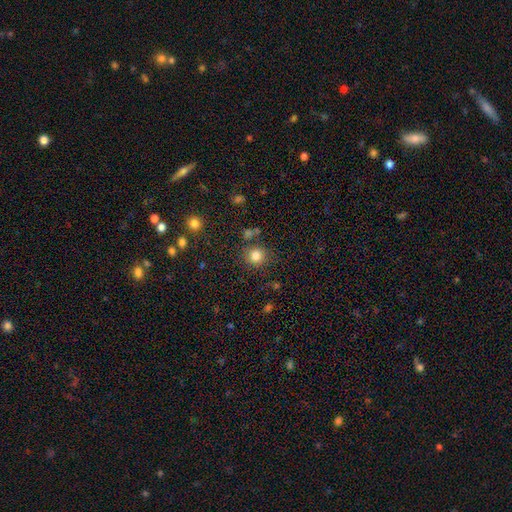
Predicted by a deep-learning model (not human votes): A smooth galaxy with no disk features (82%) that is round (90%). Merging: none (82%).